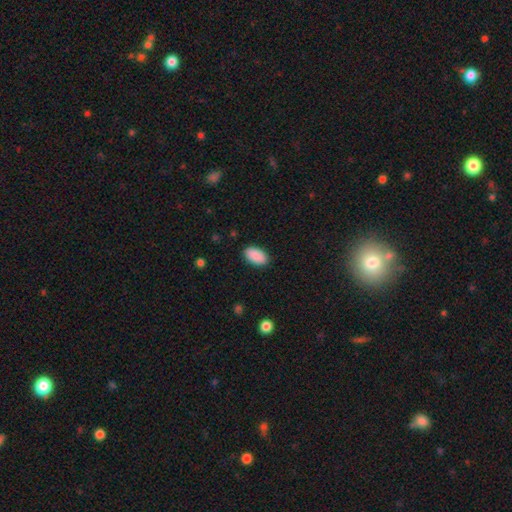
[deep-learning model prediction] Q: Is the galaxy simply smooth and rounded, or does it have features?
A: smooth — 90%.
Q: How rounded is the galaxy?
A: in between — 95%.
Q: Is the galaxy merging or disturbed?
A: none — 88%.